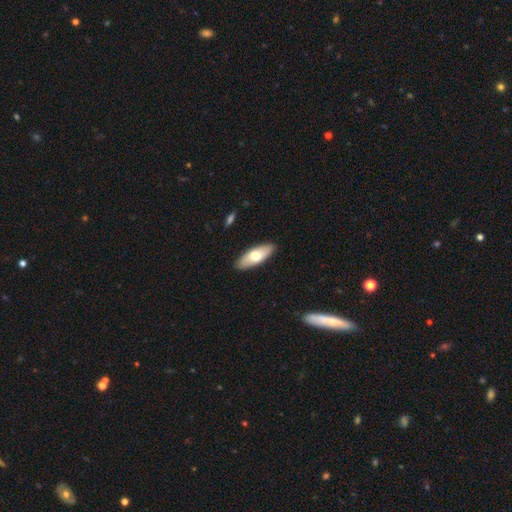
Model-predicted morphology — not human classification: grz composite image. It shows a smooth galaxy with no disk features (66%) that is in between round and cigar-shaped (72%). Merging: none (89%).